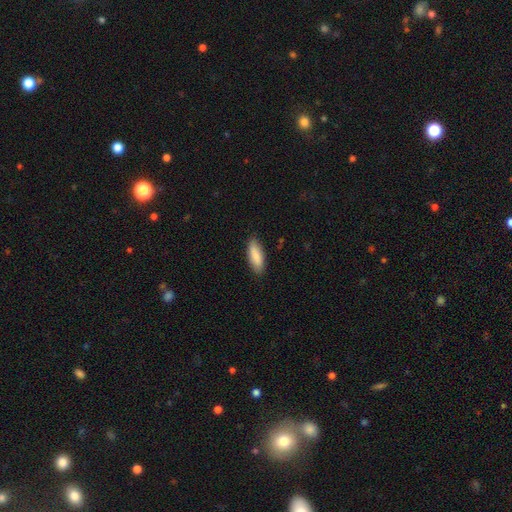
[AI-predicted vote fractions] This appears to be a smooth galaxy with no disk features (87%) that is in between round and cigar-shaped (66%). Merging: none (86%).